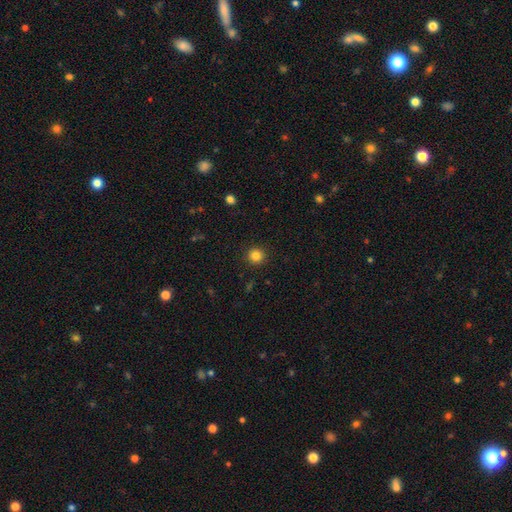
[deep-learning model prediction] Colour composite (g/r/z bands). It shows a smooth galaxy with no disk features (83%) that is round (94%). Merging: none (92%).